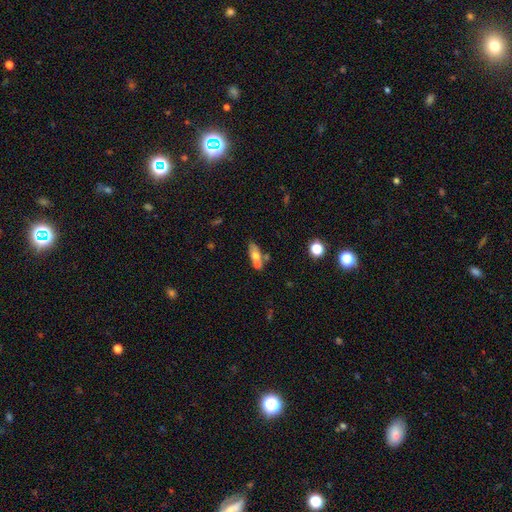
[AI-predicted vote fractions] Overall: smooth (60%; featured or disk 31%). How rounded: in between (77%). Merging: merger (43%; none 39%).